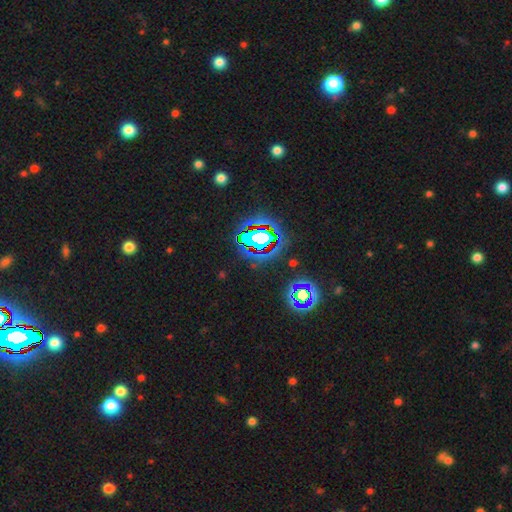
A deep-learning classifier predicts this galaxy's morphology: Smooth or featured?
  - star or artifact: 82% *
  - smooth: 11%
  - featured or disk: 7%